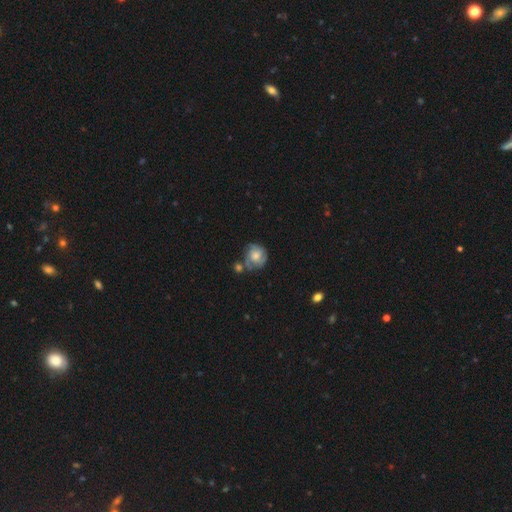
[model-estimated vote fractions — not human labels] Morphology: type=featured or disk (50%); merging=none (50%).